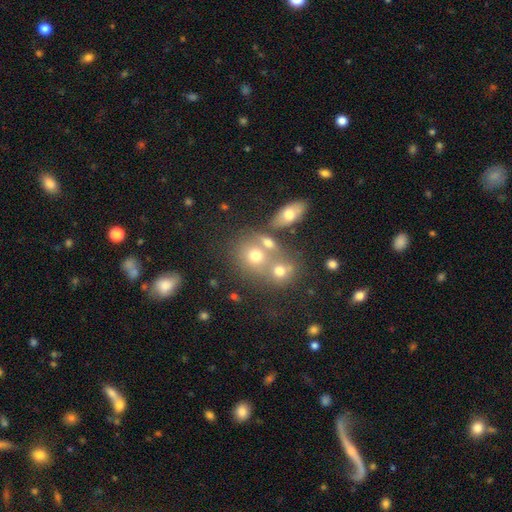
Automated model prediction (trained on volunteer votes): Q: Smooth or featured?
A: smooth (64%); runner-up: featured or disk (21%)
Q: How rounded?
A: round (63%); runner-up: in between (36%)
Q: Merging?
A: none (42%); runner-up: merger (41%)